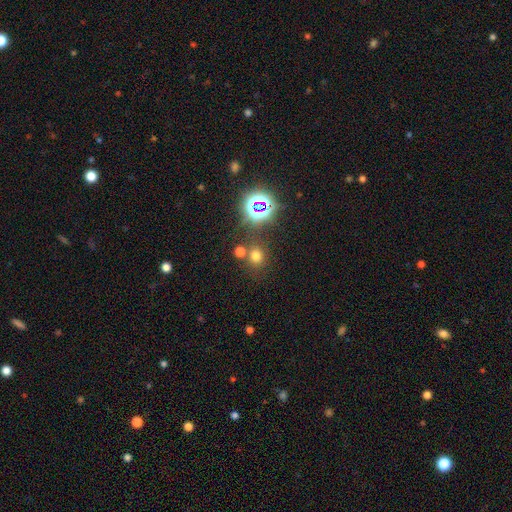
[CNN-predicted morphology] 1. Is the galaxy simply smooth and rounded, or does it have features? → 63% smooth, 29% star or artifact, 7% featured or disk.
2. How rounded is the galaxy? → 82% round, 17% in between, 1% cigar-shaped.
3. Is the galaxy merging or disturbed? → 72% none, 15% merger, 9% minor disturbance, 4% major disturbance.